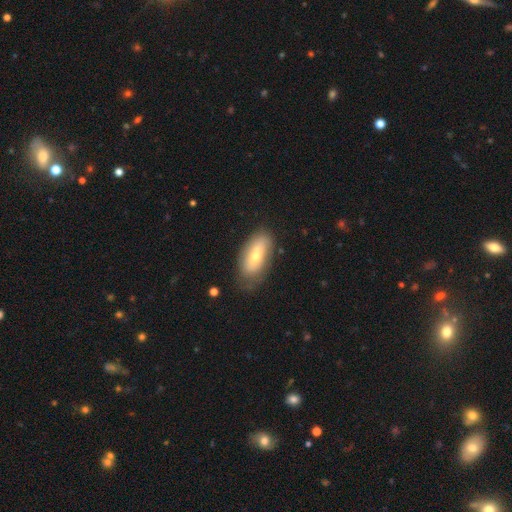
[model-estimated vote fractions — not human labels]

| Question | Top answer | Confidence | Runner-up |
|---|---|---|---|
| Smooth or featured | smooth | 60% | featured or disk (33%) |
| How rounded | in between | 87% | cigar-shaped (10%) |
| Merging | none | 69% | minor disturbance (21%) |